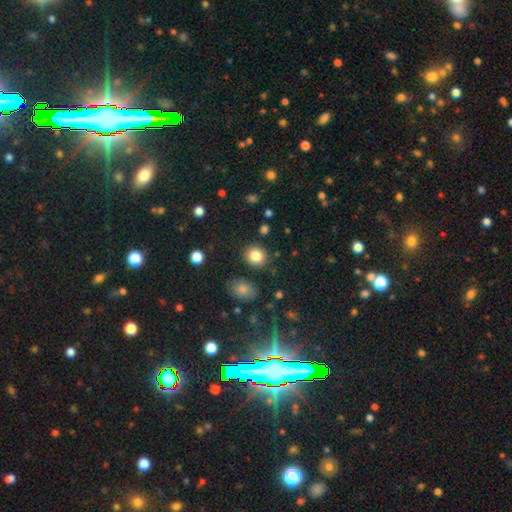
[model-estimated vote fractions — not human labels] Smooth or featured?
  - smooth: 84% *
  - star or artifact: 10%
  - featured or disk: 6%
How rounded?
  - round: 79% *
  - in between: 20%
  - cigar-shaped: 1%
Merging?
  - none: 86% *
  - minor disturbance: 8%
  - merger: 3%
  - major disturbance: 3%